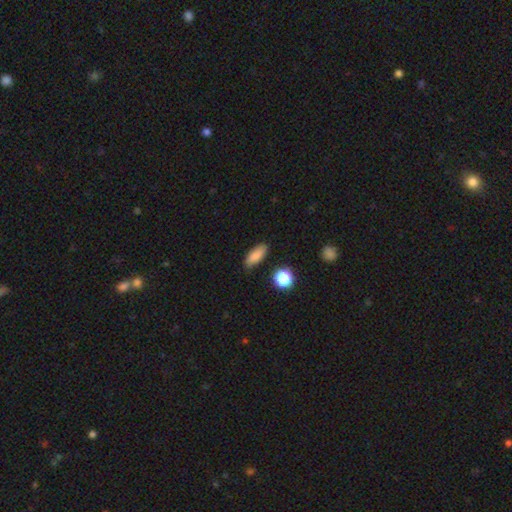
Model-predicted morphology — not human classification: A smooth galaxy with no disk features (83%) that is in between round and cigar-shaped (75%). Merging: none (84%).